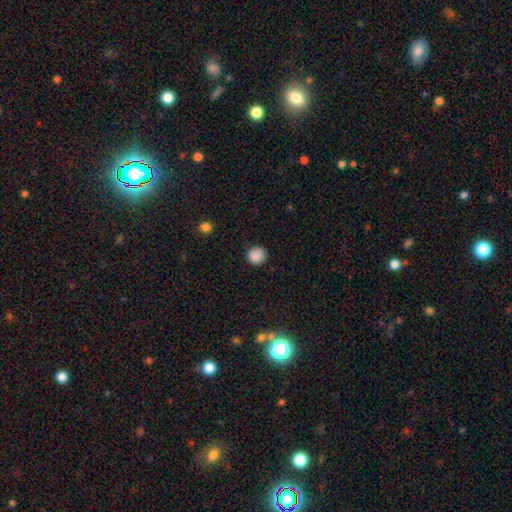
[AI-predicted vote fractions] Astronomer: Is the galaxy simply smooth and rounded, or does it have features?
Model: smooth — 87%.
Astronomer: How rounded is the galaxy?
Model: round — 94%.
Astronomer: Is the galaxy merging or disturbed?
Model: none — 89%.